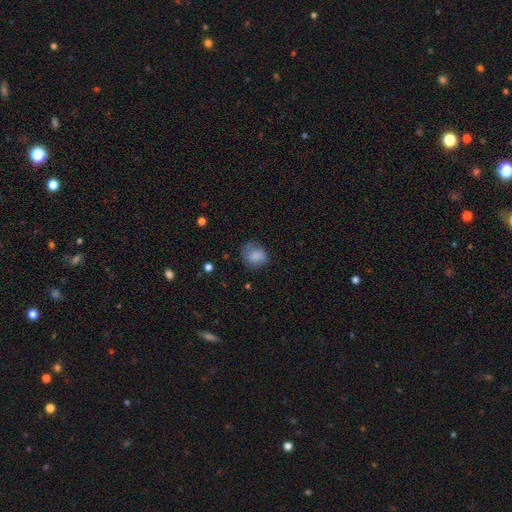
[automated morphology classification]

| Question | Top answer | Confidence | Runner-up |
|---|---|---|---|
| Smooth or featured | smooth | 82% | star or artifact (9%) |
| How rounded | round | 64% | in between (35%) |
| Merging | none | 59% | minor disturbance (27%) |